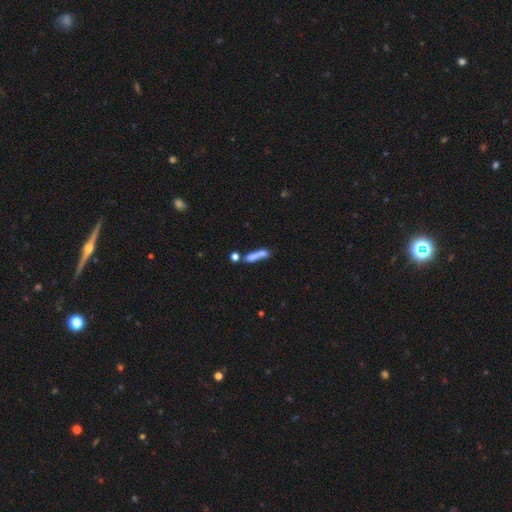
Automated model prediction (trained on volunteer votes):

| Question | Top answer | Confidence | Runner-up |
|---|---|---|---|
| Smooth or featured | smooth | 62% | featured or disk (26%) |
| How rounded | cigar-shaped | 65% | in between (27%) |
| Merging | merger | 46% | none (30%) |